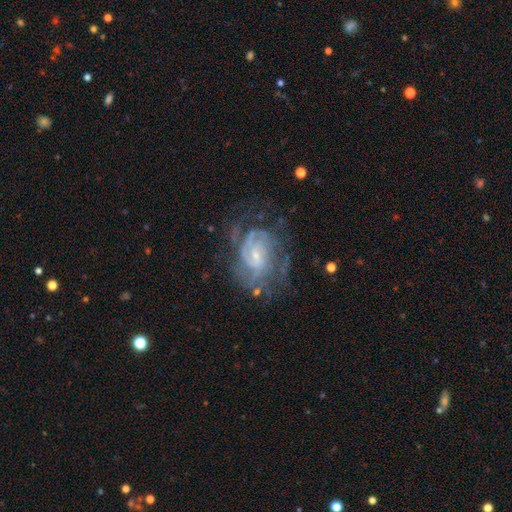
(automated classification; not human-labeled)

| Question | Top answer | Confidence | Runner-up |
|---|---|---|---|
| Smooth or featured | featured or disk | 82% | smooth (10%) |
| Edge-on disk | no | 97% | yes (3%) |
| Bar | no | 51% | weak (40%) |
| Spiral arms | yes | 88% | no (12%) |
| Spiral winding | tight | 55% | medium (34%) |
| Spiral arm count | can't tell | 46% | 2 (20%) |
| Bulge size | small | 69% | moderate (23%) |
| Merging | none | 58% | minor disturbance (20%) |